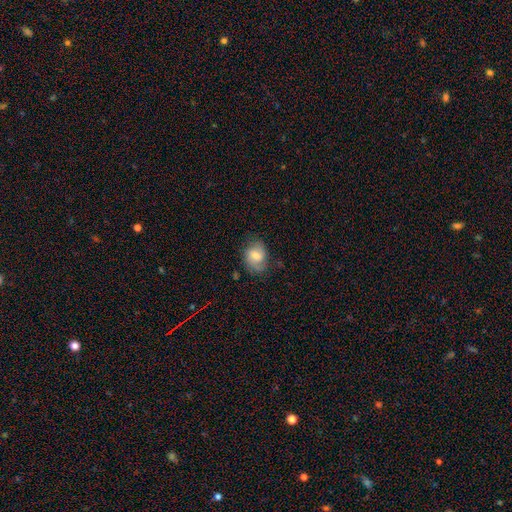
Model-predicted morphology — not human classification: Smooth or featured: smooth — 57% (featured or disk — 34%)
How rounded: in between — 59% (round — 40%)
Merging: none — 66% (minor disturbance — 25%)